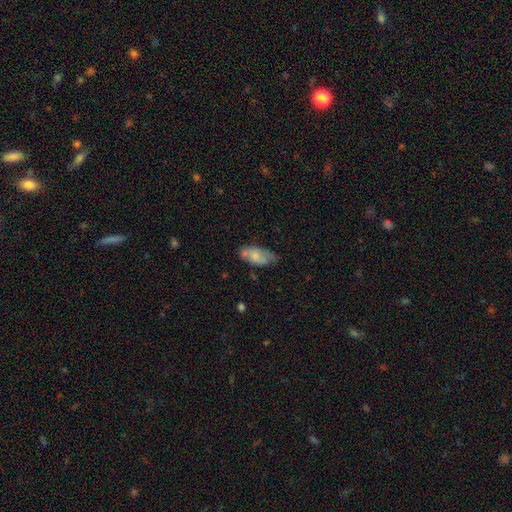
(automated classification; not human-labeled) This is likely a smooth galaxy (68%). How rounded: clearly in between (88%). Merging: possibly none (48%).